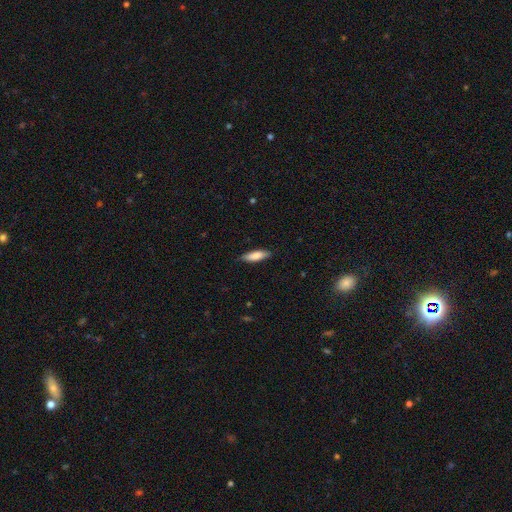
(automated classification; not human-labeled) Morphology: type=smooth (82%); roundness=in between (50%); merging=none (85%).